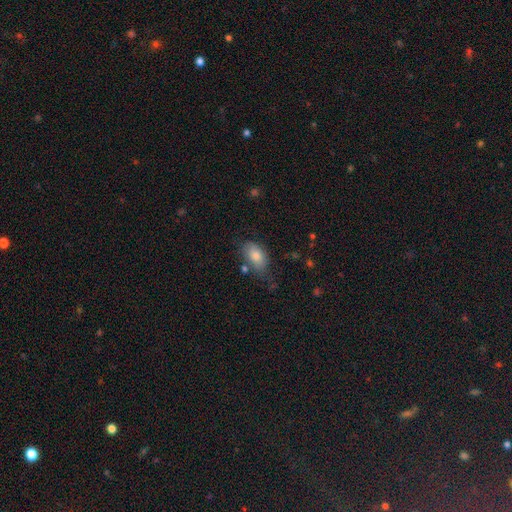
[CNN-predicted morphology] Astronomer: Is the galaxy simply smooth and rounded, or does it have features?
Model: smooth — 80%.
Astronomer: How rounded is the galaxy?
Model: in between — 92%.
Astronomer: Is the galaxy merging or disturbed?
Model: none — 58%.